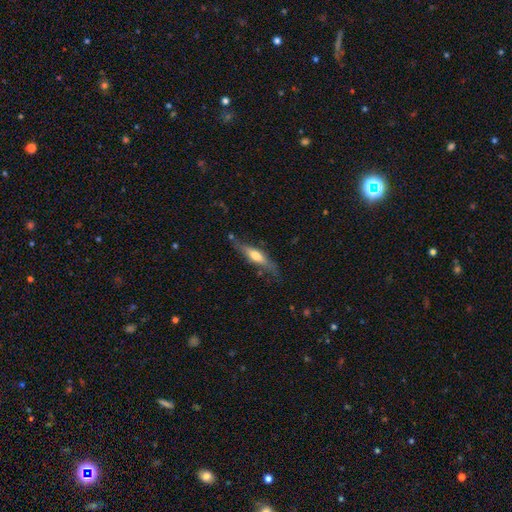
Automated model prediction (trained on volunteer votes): Smooth or featured?
  - featured or disk: 50% *
  - smooth: 44%
  - star or artifact: 6%
Edge-on disk?
  - yes: 87% *
  - no: 13%
Merging?
  - none: 73% *
  - minor disturbance: 19%
  - major disturbance: 5%
  - merger: 4%